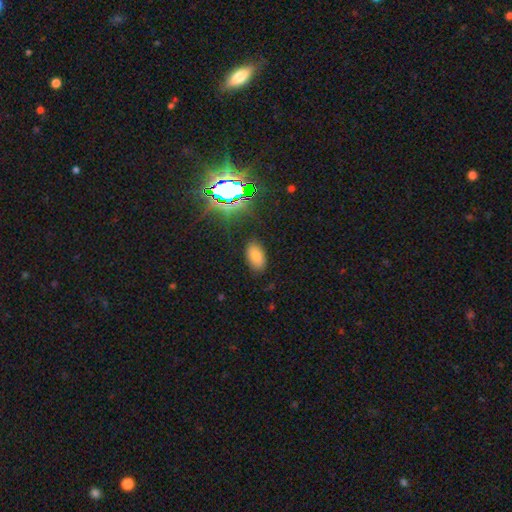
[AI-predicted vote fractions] Smooth or featured?
  - smooth: 75% *
  - star or artifact: 17%
  - featured or disk: 8%
How rounded?
  - in between: 93% *
  - round: 6%
  - cigar-shaped: 2%
Merging?
  - none: 84% *
  - minor disturbance: 11%
  - major disturbance: 3%
  - merger: 1%